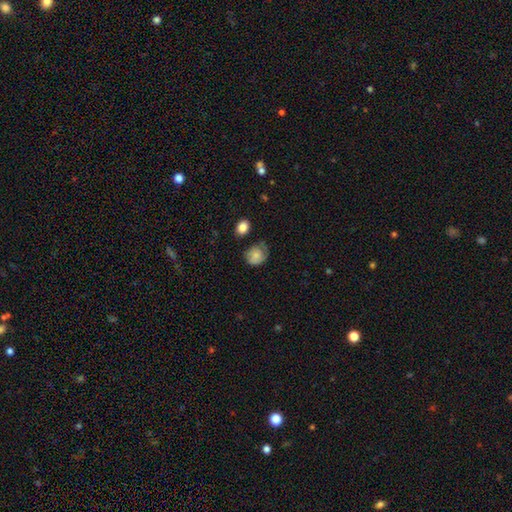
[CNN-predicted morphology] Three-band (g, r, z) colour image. It shows a smooth galaxy with no disk features (74%) that is round (61%). Merging: none (50%).